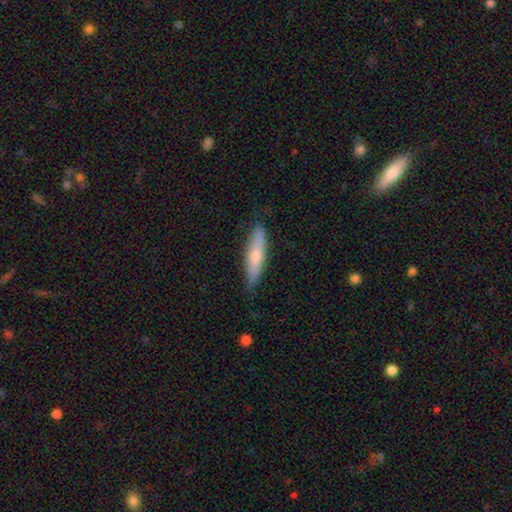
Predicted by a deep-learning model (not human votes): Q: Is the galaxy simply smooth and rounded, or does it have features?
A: smooth — 65%.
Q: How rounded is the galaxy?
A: cigar-shaped — 80%.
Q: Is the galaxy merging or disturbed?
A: none — 81%.